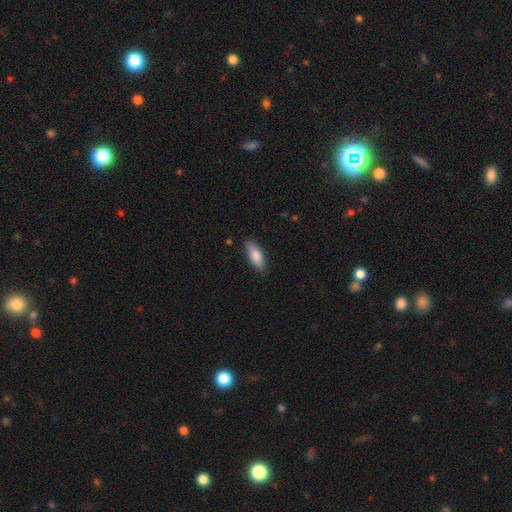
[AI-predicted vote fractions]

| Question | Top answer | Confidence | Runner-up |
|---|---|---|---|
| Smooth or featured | smooth | 84% | featured or disk (10%) |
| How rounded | in between | 69% | cigar-shaped (29%) |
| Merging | none | 84% | minor disturbance (12%) |